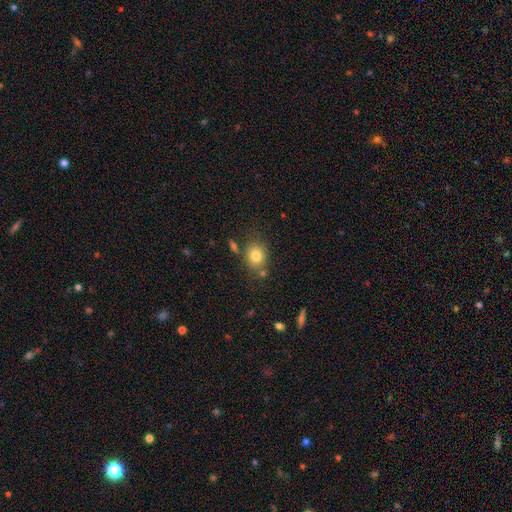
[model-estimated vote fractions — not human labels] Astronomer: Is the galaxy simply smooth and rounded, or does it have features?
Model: smooth — 80%.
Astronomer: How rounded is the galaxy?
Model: round — 61% (runner-up: in between, 38%).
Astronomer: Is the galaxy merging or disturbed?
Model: none — 71%.